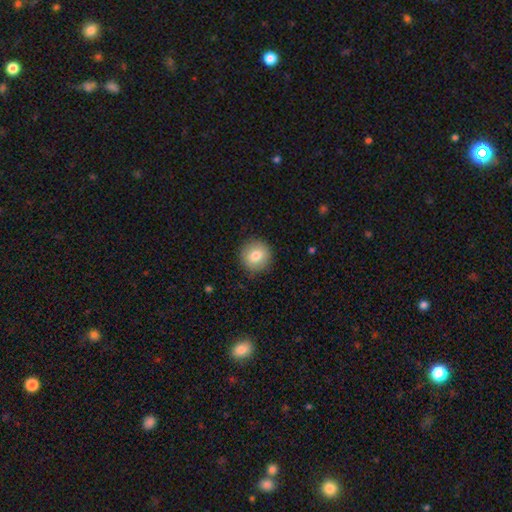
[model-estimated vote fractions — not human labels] Morphology: type=smooth (81%); roundness=round (93%); merging=none (89%).